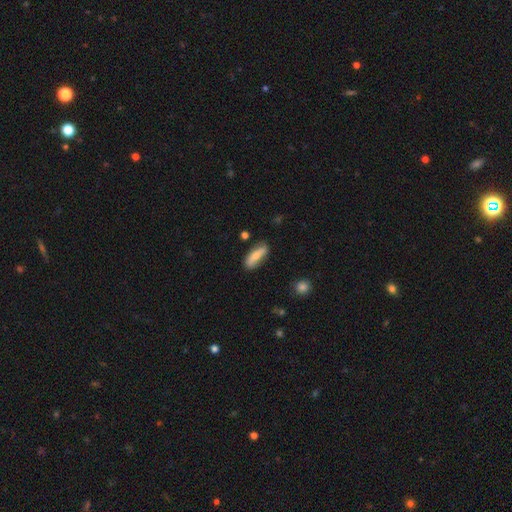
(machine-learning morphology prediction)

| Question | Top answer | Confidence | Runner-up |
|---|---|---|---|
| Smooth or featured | smooth | 70% | featured or disk (24%) |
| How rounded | in between | 54% | cigar-shaped (43%) |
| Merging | none | 76% | minor disturbance (17%) |